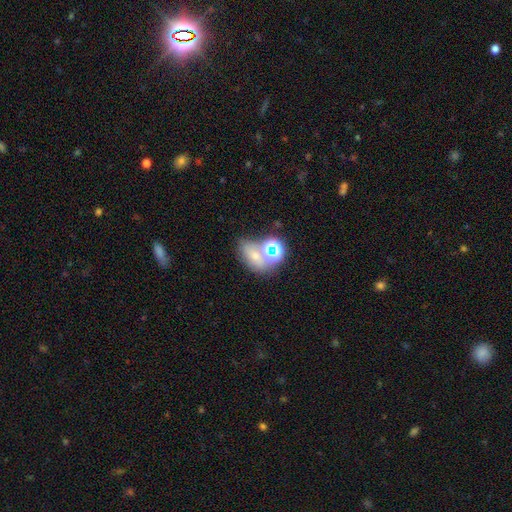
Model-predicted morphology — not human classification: smooth_or_featured: smooth (p=0.56) [alt: star or artifact p=0.27]
how_rounded: in between (p=0.68) [alt: round p=0.29]
merging: none (p=0.49) [alt: merger p=0.30]